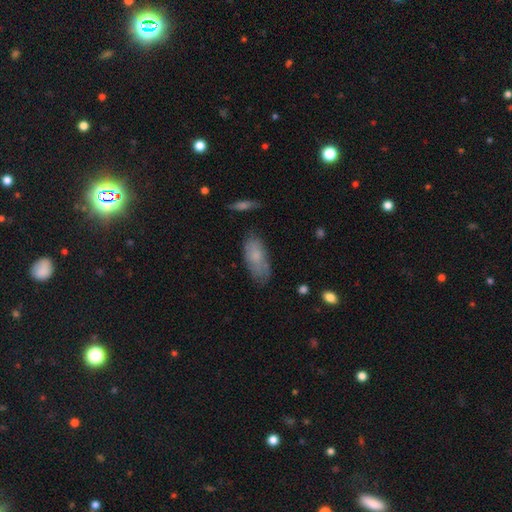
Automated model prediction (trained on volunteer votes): This appears to be a smooth galaxy with no disk features (68%) that is in between round and cigar-shaped (87%). Merging: none (62%).